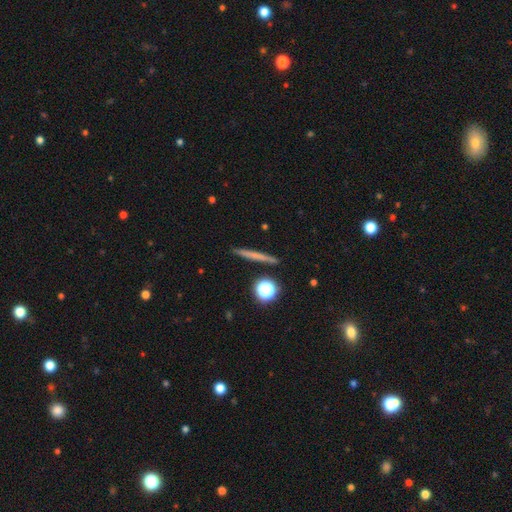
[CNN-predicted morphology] A smooth galaxy with no disk features (56%) that is cigar-shaped (90%).

Vote fractions:
- Smooth or featured? smooth: 56% / featured or disk: 34% / star or artifact: 10%
- How rounded? cigar-shaped: 90% / round: 6% / in between: 4%
- Merging? none: 91% / minor disturbance: 6% / merger: 2% / major disturbance: 2%